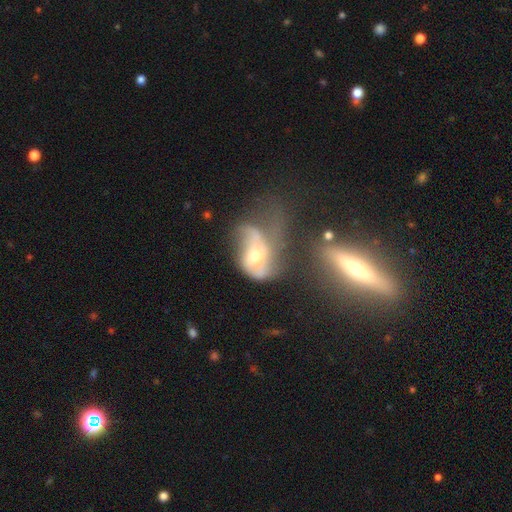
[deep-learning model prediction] A featured or disk galaxy (63%) with no bar (67%), spiral arms (56%) and a moderate central bulge (59%). Merging: major disturbance (48%).